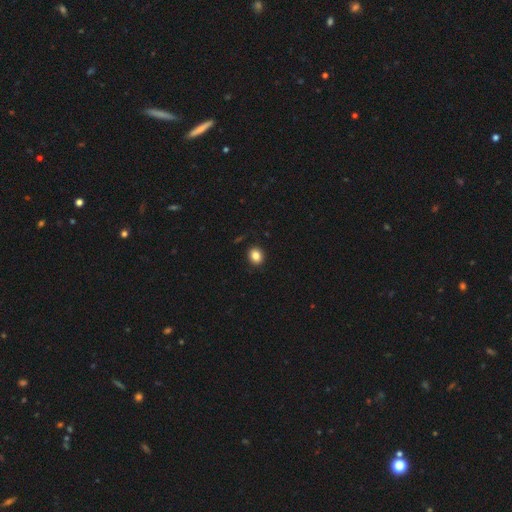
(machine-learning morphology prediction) This appears to be a smooth galaxy with no disk features (85%) that is round (61%). Merging: none (90%).